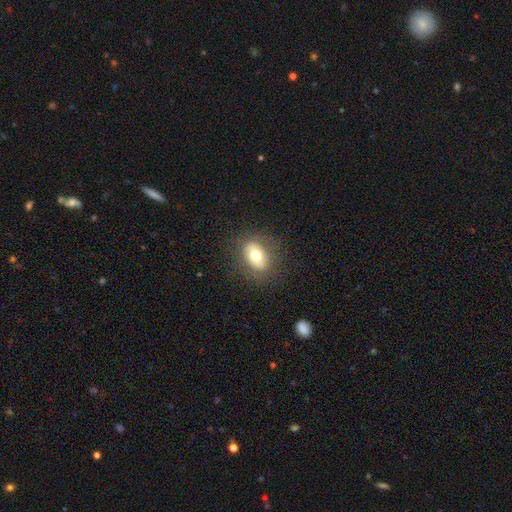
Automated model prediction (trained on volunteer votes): The model was most divided on "smooth or featured": smooth: 64%, featured or disk: 27%, star or artifact: 9%. More confident: merging — none (81%); how rounded — in between (77%).